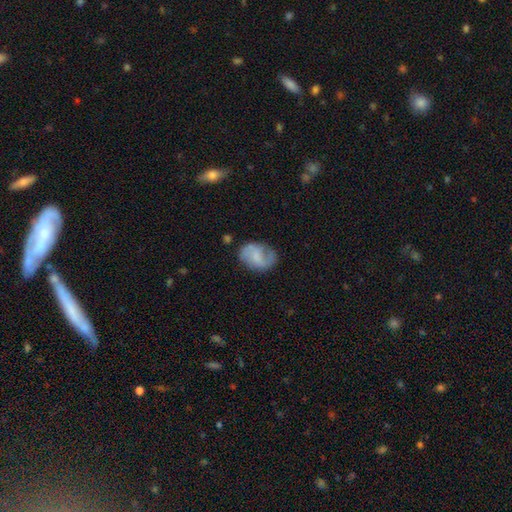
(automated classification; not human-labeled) A featured or disk galaxy (53%) with a weak bar (45%), spiral arms (85%) and no central bulge (45%).

Vote fractions:
- Smooth or featured? featured or disk: 53% / smooth: 39% / star or artifact: 8%
- Edge-on disk? no: 97% / yes: 3%
- Bar? weak: 45% / no: 42% / strong: 13%
- Spiral arms? yes: 85% / no: 15%
- Bulge size? none: 45% / small: 27% / moderate: 21% / large: 6% / dominant: 2%
- Merging? none: 66% / minor disturbance: 22% / major disturbance: 9% / merger: 2%